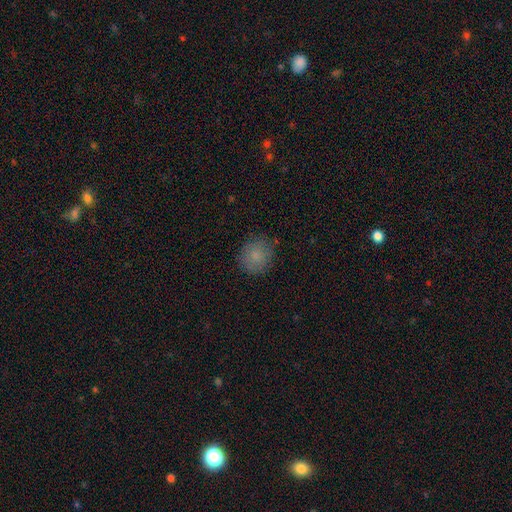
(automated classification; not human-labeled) Smooth or featured? Predicted: smooth (p=0.83). How rounded? Predicted: round (p=0.80). Merging? Predicted: none (p=0.83).